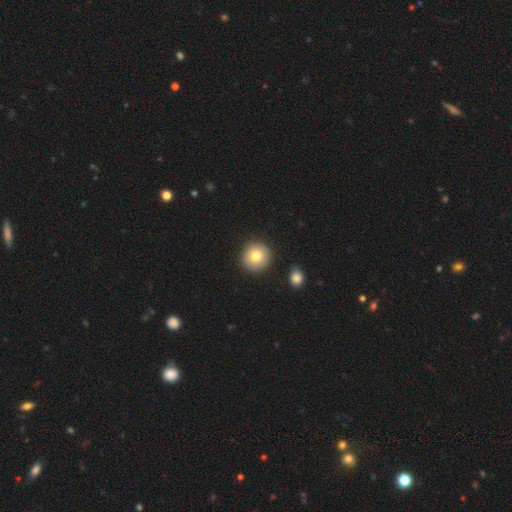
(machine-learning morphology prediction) This is likely a smooth galaxy (79%). How rounded: clearly round (92%). Merging: clearly none (90%).